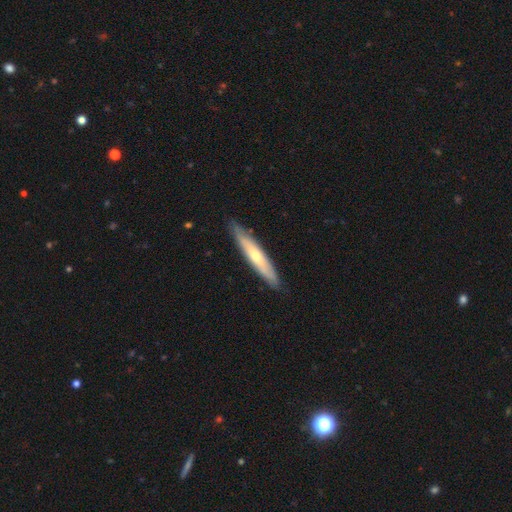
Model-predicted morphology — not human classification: Smooth or featured?
  - featured or disk: 51% *
  - smooth: 42%
  - star or artifact: 6%
Edge-on disk?
  - yes: 84% *
  - no: 16%
Merging?
  - none: 89% *
  - minor disturbance: 9%
  - major disturbance: 2%
  - merger: 1%